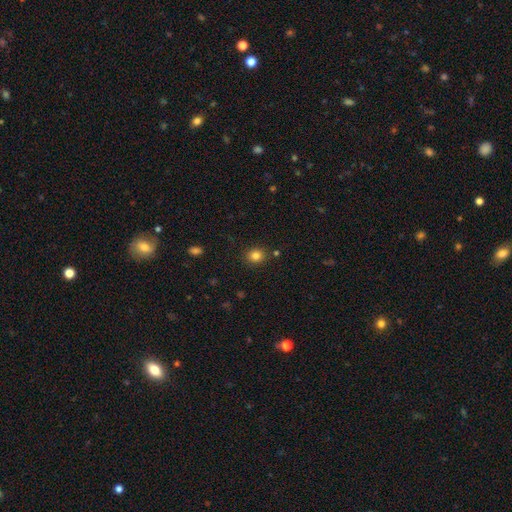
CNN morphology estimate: Smooth or featured? smooth (83%)
How rounded? round (76%)
Merging? none (87%)